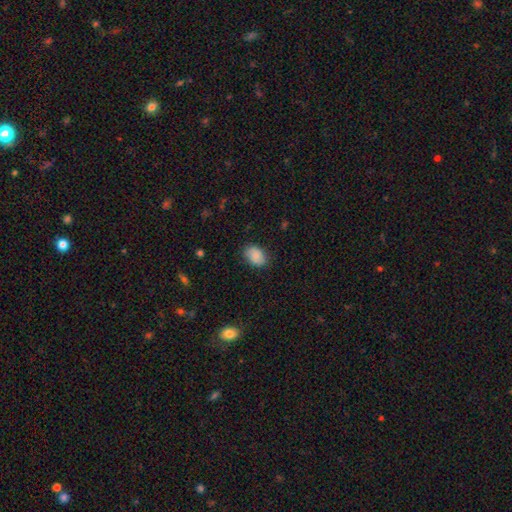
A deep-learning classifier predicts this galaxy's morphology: This is clearly a smooth galaxy (82%). How rounded: likely in between (80%). Merging: clearly none (80%).